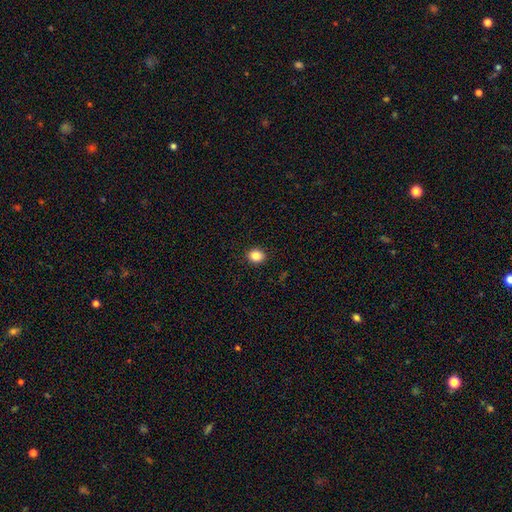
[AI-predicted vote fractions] smooth_or_featured: smooth (p=0.86) [alt: star or artifact p=0.10]
how_rounded: round (p=0.74) [alt: in between p=0.25]
merging: none (p=0.91) [alt: minor disturbance p=0.06]